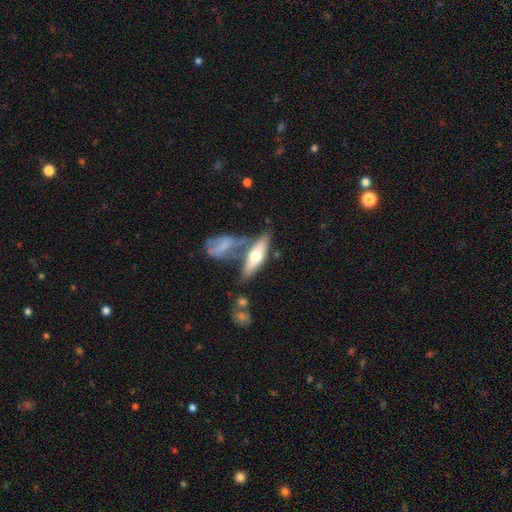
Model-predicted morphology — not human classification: smooth-or-featured: smooth: 48% | featured or disk: 45% | star or artifact: 6%
  merging: none: 45% | merger: 34% | minor disturbance: 14% | major disturbance: 7%